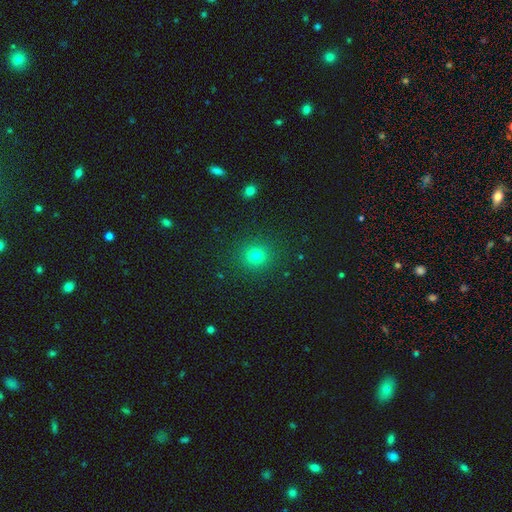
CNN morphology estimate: smooth_or_featured: smooth (p=0.77) [alt: star or artifact p=0.17]
how_rounded: round (p=0.90) [alt: in between p=0.10]
merging: none (p=0.90) [alt: minor disturbance p=0.06]